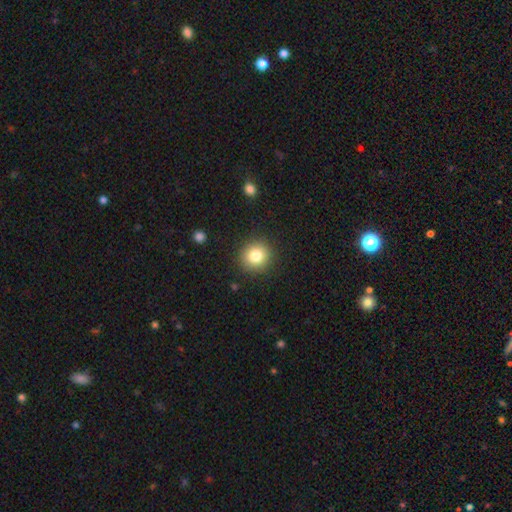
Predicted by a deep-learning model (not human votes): A smooth galaxy with no disk features (81%) that is round (89%). Merging: none (90%).